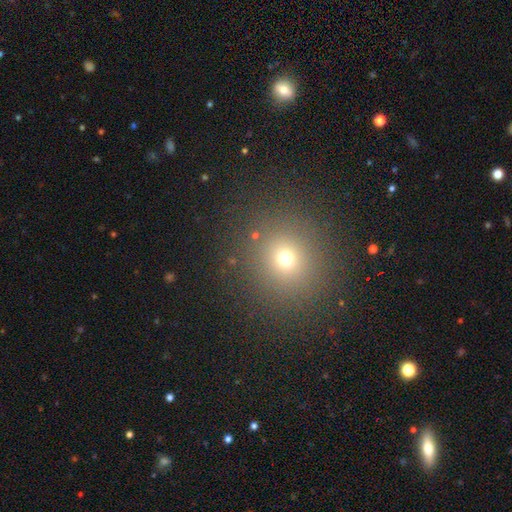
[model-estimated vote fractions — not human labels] Q: Smooth or featured?
A: smooth (60%); runner-up: star or artifact (33%)
Q: How rounded?
A: round (91%); runner-up: in between (8%)
Q: Merging?
A: none (91%); runner-up: minor disturbance (5%)